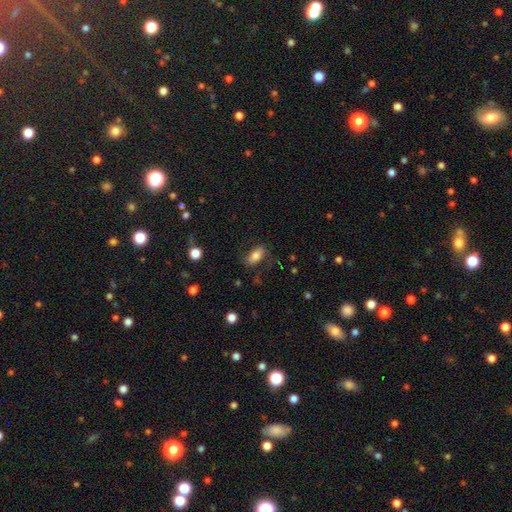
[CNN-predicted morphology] A smooth galaxy with no disk features (73%) that is in between round and cigar-shaped (85%).

Vote fractions:
- Smooth or featured? smooth: 73% / featured or disk: 19% / star or artifact: 8%
- How rounded? in between: 85% / cigar-shaped: 9% / round: 5%
- Merging? none: 73% / minor disturbance: 17% / major disturbance: 8% / merger: 2%